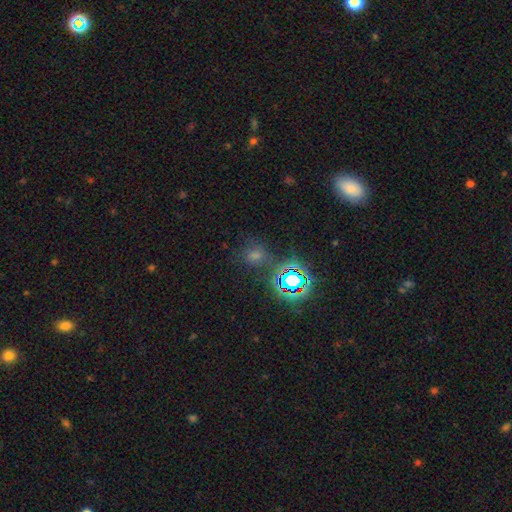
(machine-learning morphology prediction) This is possibly a star or artifact rather than a galaxy (55%).